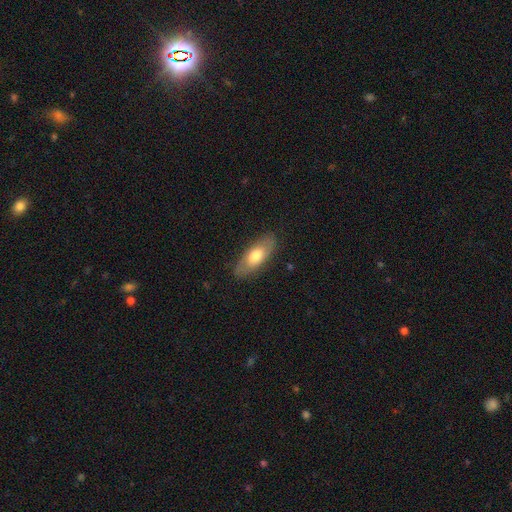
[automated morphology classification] This is likely a smooth galaxy (65%). How rounded: likely in between (76%). Merging: clearly none (83%).